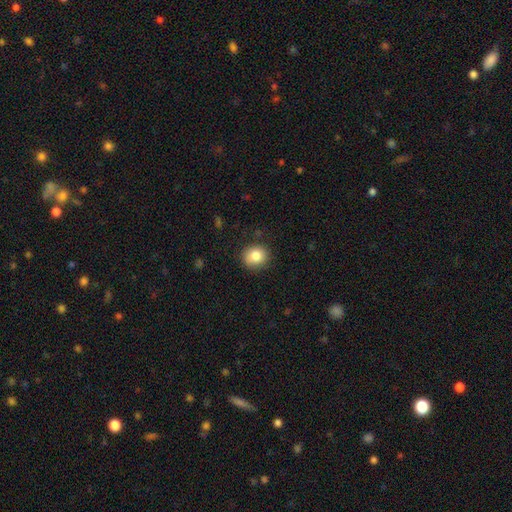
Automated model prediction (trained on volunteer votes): A smooth galaxy with no disk features (83%) that is round (80%).

Vote fractions:
- Smooth or featured? smooth: 83% / star or artifact: 9% / featured or disk: 7%
- How rounded? round: 80% / in between: 20% / cigar-shaped: 1%
- Merging? none: 86% / minor disturbance: 10% / major disturbance: 3% / merger: 1%